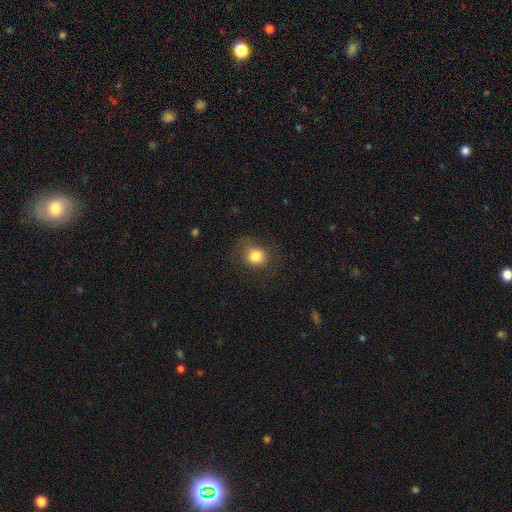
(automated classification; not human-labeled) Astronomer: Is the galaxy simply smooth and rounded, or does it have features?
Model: smooth — 81%.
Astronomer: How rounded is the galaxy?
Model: round — 73%.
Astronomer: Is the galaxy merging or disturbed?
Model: none — 73%.